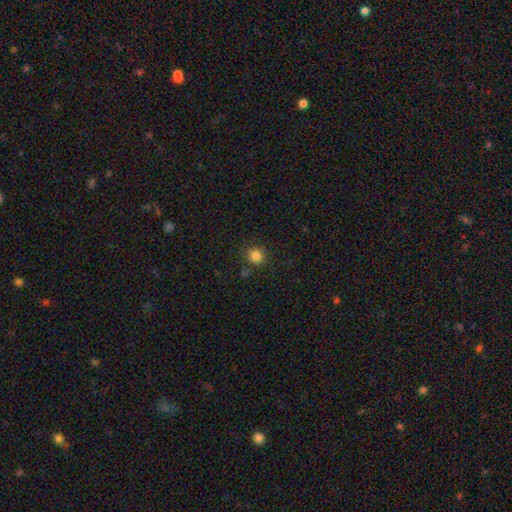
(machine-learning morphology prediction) Smooth or featured: smooth — 84% (star or artifact — 12%)
How rounded: round — 90% (in between — 9%)
Merging: none — 85% (minor disturbance — 8%)